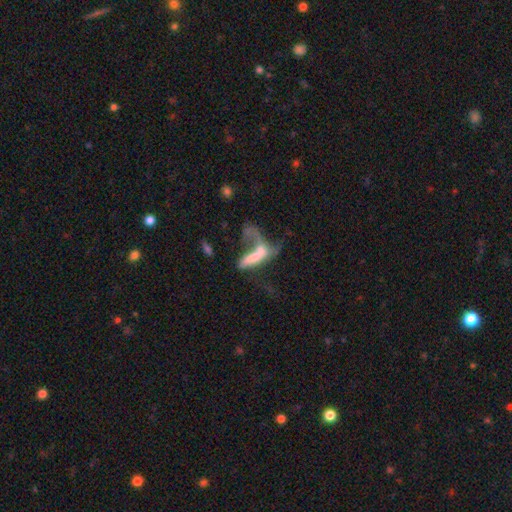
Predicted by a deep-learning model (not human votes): Morphology: type=smooth (47%); merging=merger (50%).